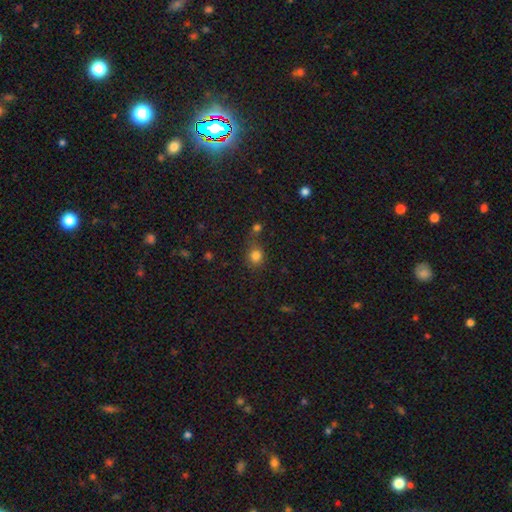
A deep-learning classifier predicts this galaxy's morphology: Q: Smooth or featured?
A: smooth (81%); runner-up: star or artifact (13%)
Q: How rounded?
A: round (77%); runner-up: in between (22%)
Q: Merging?
A: none (57%); runner-up: merger (19%)